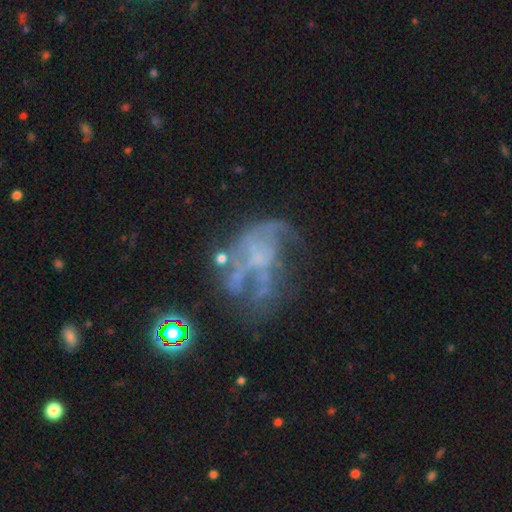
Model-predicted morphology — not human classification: Smooth or featured?
  - featured or disk: 65% *
  - star or artifact: 20%
  - smooth: 15%
Edge-on disk?
  - no: 98% *
  - yes: 2%
Bar?
  - no: 83% *
  - weak: 13%
  - strong: 4%
Spiral arms?
  - no: 67% *
  - yes: 33%
Bulge size?
  - none: 74% *
  - small: 15%
  - moderate: 8%
  - large: 2%
  - dominant: 1%
Merging?
  - major disturbance: 41% *
  - none: 31%
  - minor disturbance: 18%
  - merger: 10%